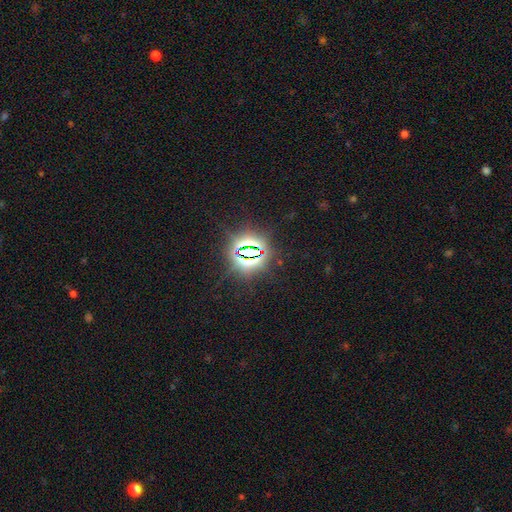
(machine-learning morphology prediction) smooth_or_featured: star or artifact (p=0.83) [alt: smooth p=0.10]